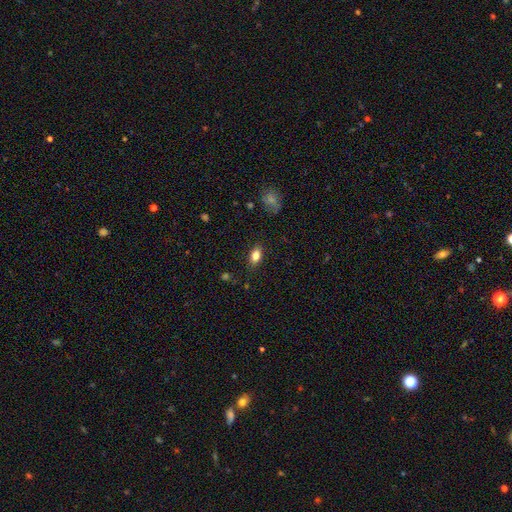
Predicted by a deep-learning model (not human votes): Overall: smooth (81%). How rounded: in between (85%). Merging: none (84%).